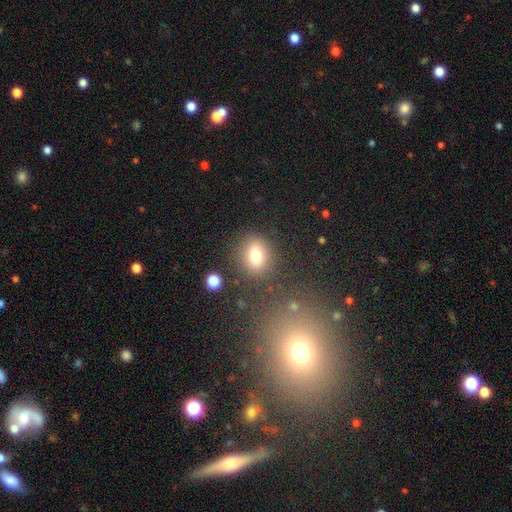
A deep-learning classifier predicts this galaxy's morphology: Smooth or featured?
  - smooth: 77% *
  - star or artifact: 13%
  - featured or disk: 11%
How rounded?
  - round: 55% *
  - in between: 43%
  - cigar-shaped: 2%
Merging?
  - none: 82% *
  - minor disturbance: 10%
  - merger: 4%
  - major disturbance: 4%